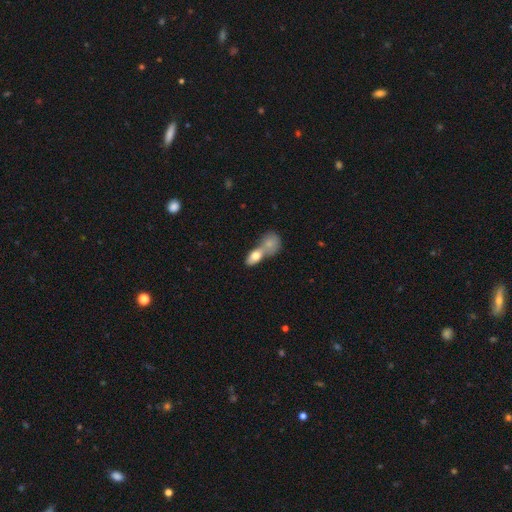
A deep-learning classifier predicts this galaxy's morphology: Q: Smooth or featured?
A: smooth (74%); runner-up: featured or disk (19%)
Q: How rounded?
A: in between (78%); runner-up: round (14%)
Q: Merging?
A: merger (73%); runner-up: none (16%)